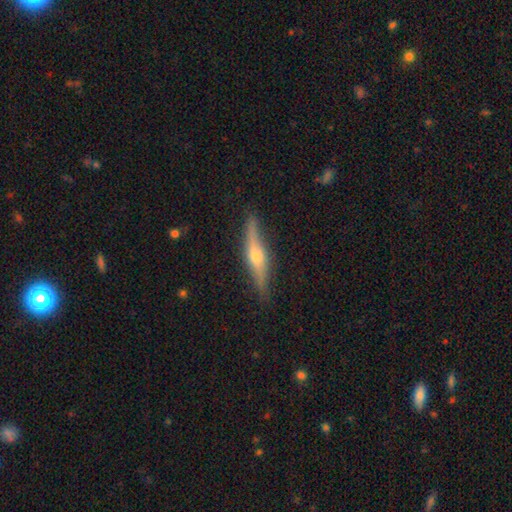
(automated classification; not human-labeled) smooth_or_featured: featured or disk (p=0.67) [alt: smooth p=0.27]
disk_edge_on: yes (p=0.95) [alt: no p=0.05]
edge_on_bulge: rounded (p=0.86) [alt: boxy p=0.08]
merging: none (p=0.85) [alt: minor disturbance p=0.11]